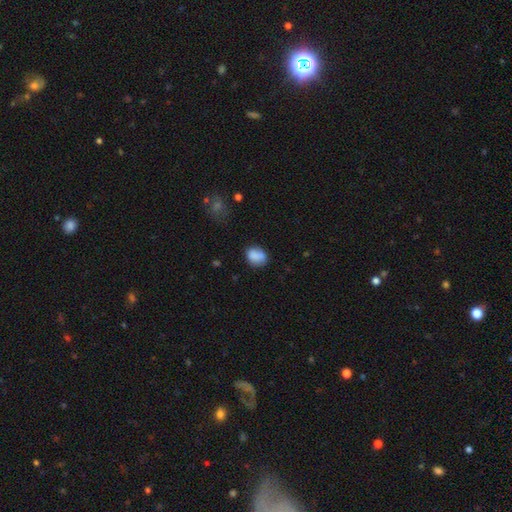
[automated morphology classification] This is clearly a smooth galaxy (82%). How rounded: possibly in between (55%). Merging: likely none (65%).